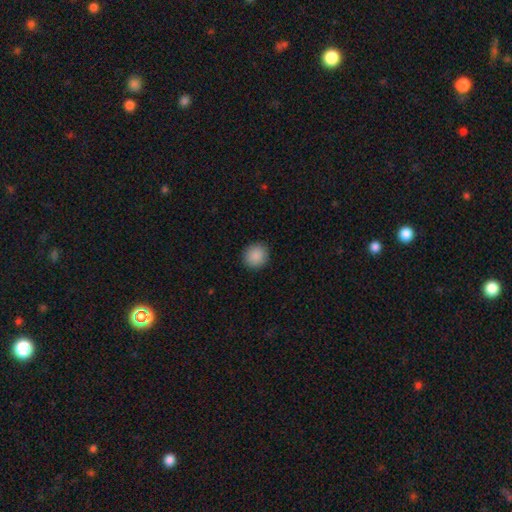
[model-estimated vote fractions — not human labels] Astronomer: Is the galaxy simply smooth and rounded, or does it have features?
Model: smooth — 89%.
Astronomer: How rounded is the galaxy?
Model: round — 90%.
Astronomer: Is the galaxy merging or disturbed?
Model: none — 91%.